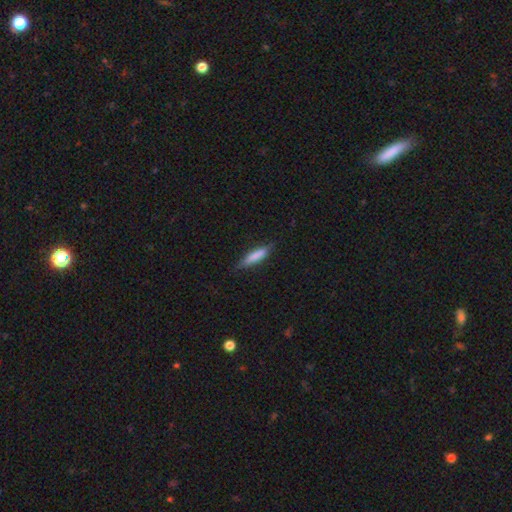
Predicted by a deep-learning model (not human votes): smooth-or-featured: smooth: 75% | featured or disk: 19% | star or artifact: 6%
  how-rounded: cigar-shaped: 79% | in between: 20% | round: 2%
  merging: none: 80% | minor disturbance: 16% | major disturbance: 3% | merger: 1%